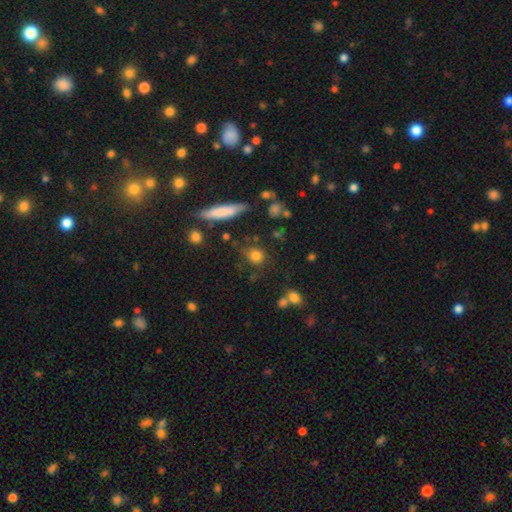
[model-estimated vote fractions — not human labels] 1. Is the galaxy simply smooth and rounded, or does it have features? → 80% smooth, 12% star or artifact, 9% featured or disk.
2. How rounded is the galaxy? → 73% round, 21% in between, 6% cigar-shaped.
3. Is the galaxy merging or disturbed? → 73% none, 14% minor disturbance, 7% merger, 5% major disturbance.